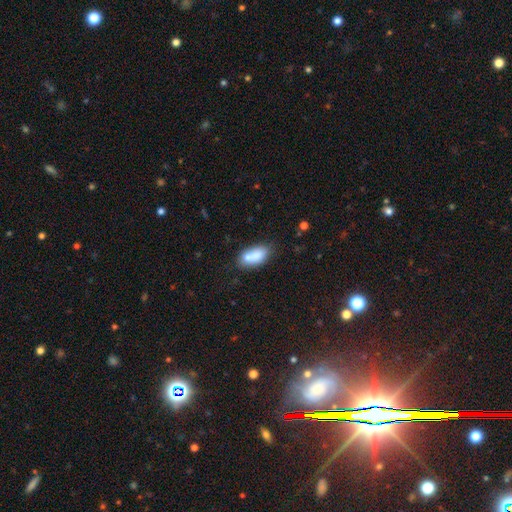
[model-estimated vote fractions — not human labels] Morphology: type=smooth (78%); roundness=in between (87%); merging=none (52%).